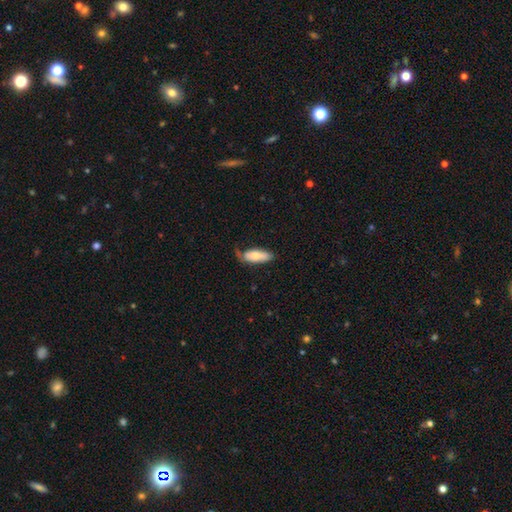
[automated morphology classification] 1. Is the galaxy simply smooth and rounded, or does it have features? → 70% smooth, 25% featured or disk, 6% star or artifact.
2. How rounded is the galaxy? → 74% in between, 24% cigar-shaped, 2% round.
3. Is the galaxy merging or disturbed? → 50% none, 34% minor disturbance, 13% major disturbance, 3% merger.